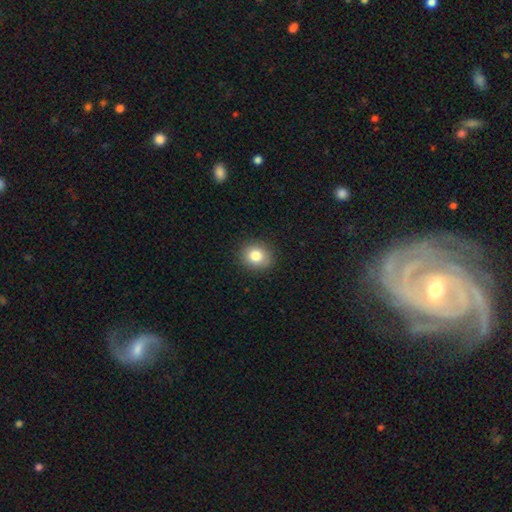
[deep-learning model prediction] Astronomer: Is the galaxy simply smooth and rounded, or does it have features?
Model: smooth — 82%.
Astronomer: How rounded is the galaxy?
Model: round — 74%.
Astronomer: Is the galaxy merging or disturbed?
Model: none — 90%.